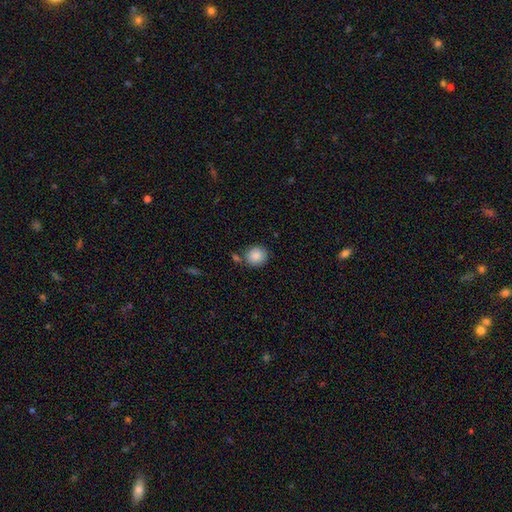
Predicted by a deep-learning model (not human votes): Q: Smooth or featured?
A: smooth (88%); runner-up: star or artifact (8%)
Q: How rounded?
A: round (85%); runner-up: in between (14%)
Q: Merging?
A: none (77%); runner-up: minor disturbance (11%)